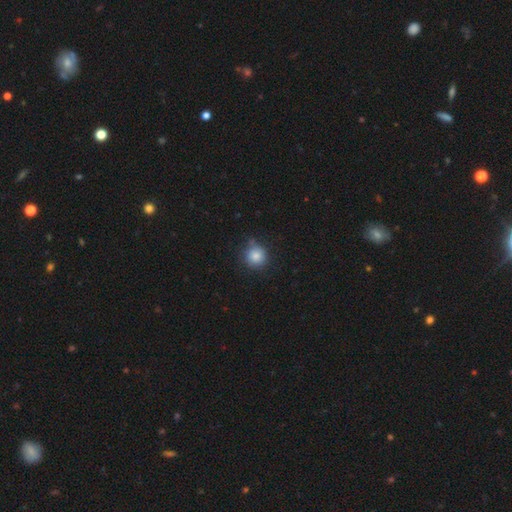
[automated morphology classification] smooth_or_featured: smooth (p=0.84) [alt: star or artifact p=0.10]
how_rounded: round (p=0.93) [alt: in between p=0.06]
merging: none (p=0.77) [alt: minor disturbance p=0.16]